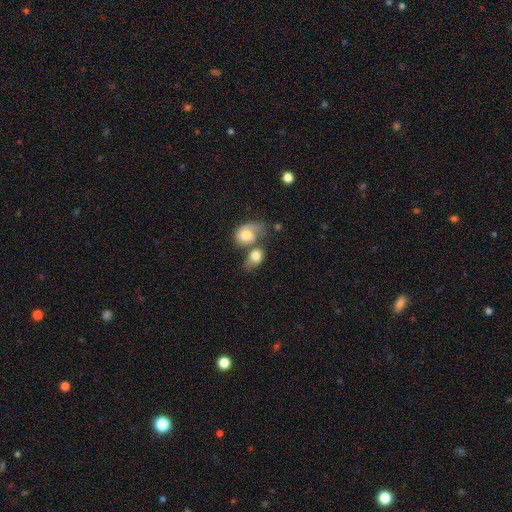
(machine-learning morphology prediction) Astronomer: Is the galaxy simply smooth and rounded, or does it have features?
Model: smooth — 72%.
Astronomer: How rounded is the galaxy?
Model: in between — 68%.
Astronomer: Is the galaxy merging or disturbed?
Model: merger — 61%.